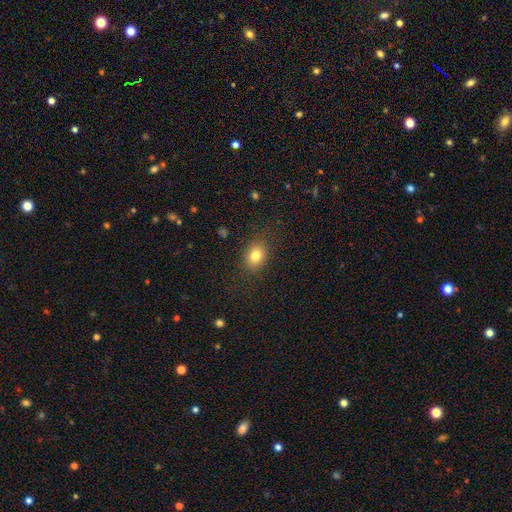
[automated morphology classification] This is clearly a smooth galaxy (80%). How rounded: possibly in between (54%). Merging: clearly none (85%).